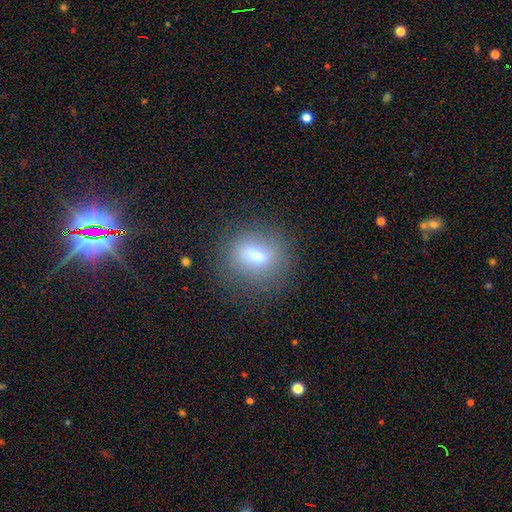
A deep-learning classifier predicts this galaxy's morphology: The model was most divided on "how rounded": round: 61%, in between: 37%, cigar-shaped: 2%. More confident: merging — none (78%); smooth or featured — smooth (70%).